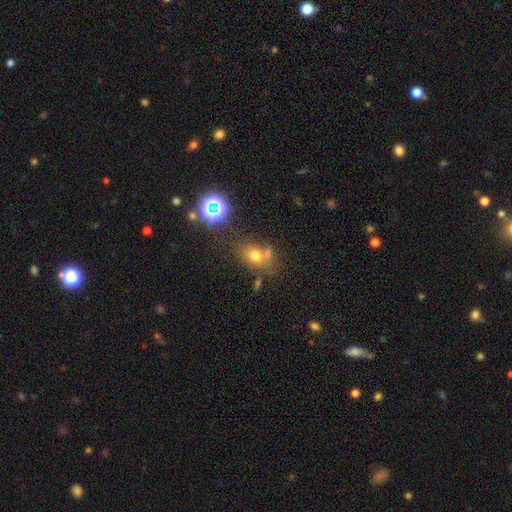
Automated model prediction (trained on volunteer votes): Q: Smooth or featured?
A: smooth (65%); runner-up: star or artifact (22%)
Q: How rounded?
A: in between (50%); runner-up: round (49%)
Q: Merging?
A: none (53%); runner-up: merger (24%)